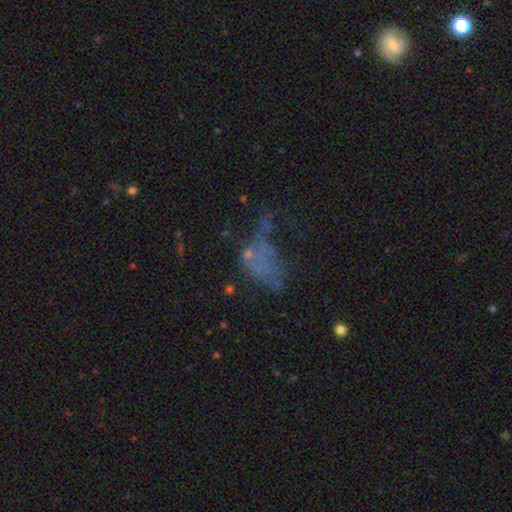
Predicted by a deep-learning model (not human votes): Smooth or featured? Predicted: featured or disk (p=0.40). Merging? Predicted: major disturbance (p=0.44).